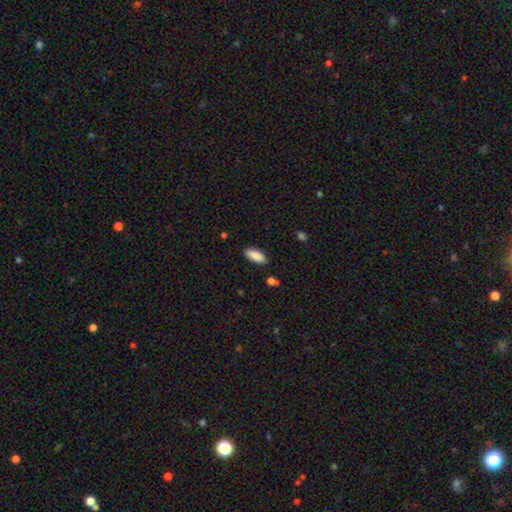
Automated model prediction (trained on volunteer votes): This appears to be a smooth galaxy with no disk features (88%) that is in between round and cigar-shaped (82%). Merging: none (84%).